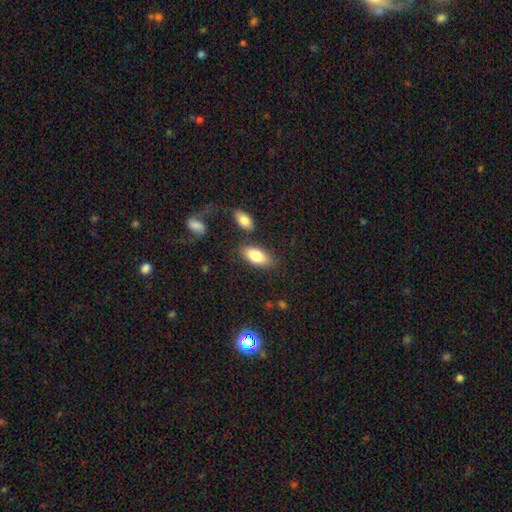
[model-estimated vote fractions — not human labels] This appears to be a smooth galaxy with no disk features (82%) that is in between round and cigar-shaped (90%). Merging: none (78%).